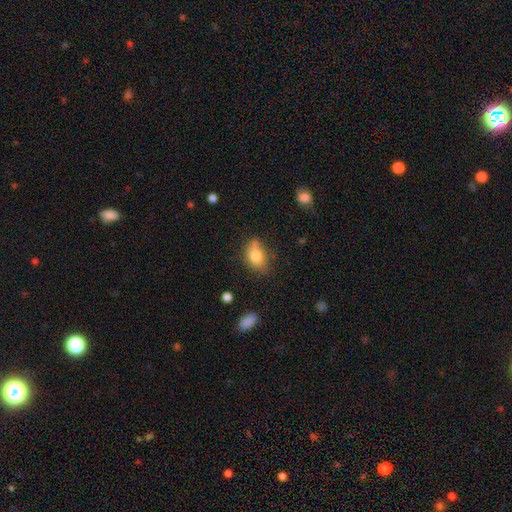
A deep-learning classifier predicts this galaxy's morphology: type=smooth (78%); roundness=in between (77%); merging=none (55%).